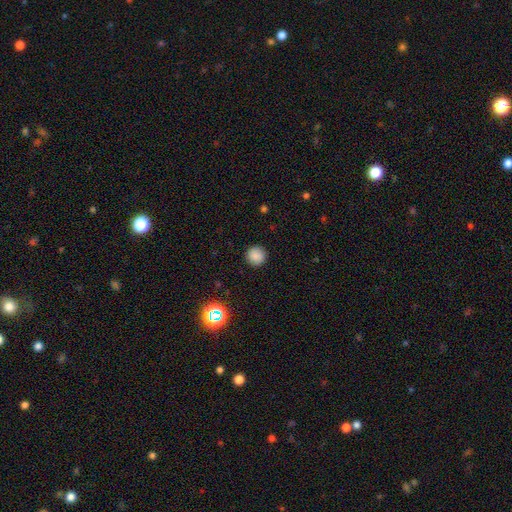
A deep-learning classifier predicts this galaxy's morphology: This appears to be a smooth galaxy with no disk features (85%) that is round (95%). Merging: none (91%).